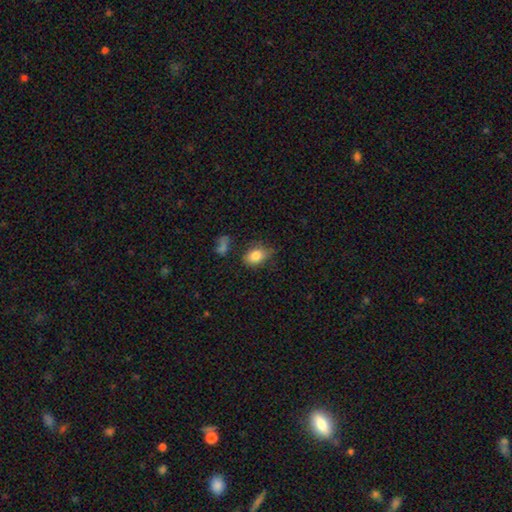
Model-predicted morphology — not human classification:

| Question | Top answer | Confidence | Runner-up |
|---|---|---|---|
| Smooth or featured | smooth | 82% | star or artifact (9%) |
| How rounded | in between | 79% | round (19%) |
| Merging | none | 63% | minor disturbance (26%) |